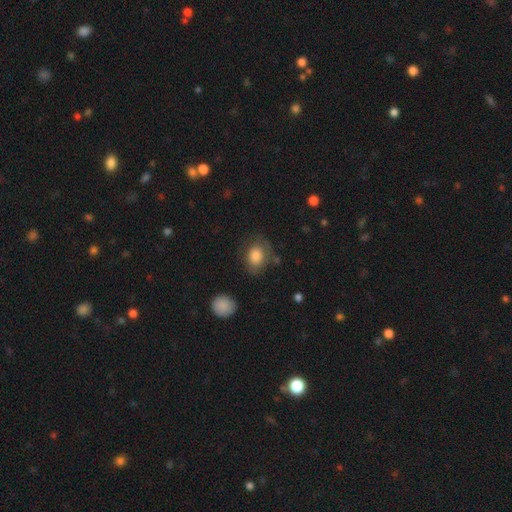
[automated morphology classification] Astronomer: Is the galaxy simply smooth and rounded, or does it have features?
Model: smooth — 80%.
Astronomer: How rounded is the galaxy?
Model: in between — 58% (runner-up: round, 41%).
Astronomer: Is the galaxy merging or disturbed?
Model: none — 64%.